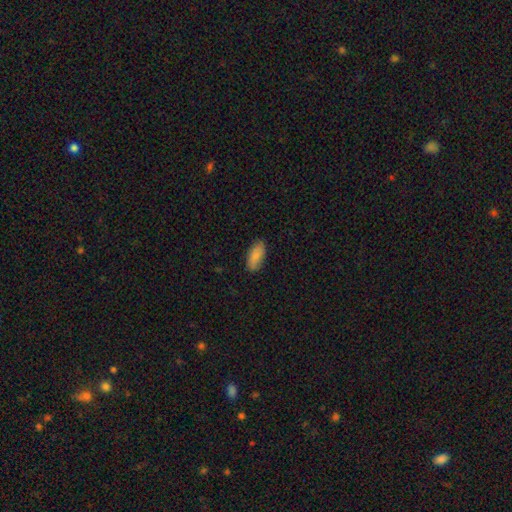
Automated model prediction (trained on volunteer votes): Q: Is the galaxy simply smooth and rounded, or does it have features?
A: smooth — 87%.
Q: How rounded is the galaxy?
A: in between — 89%.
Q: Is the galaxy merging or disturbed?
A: none — 86%.